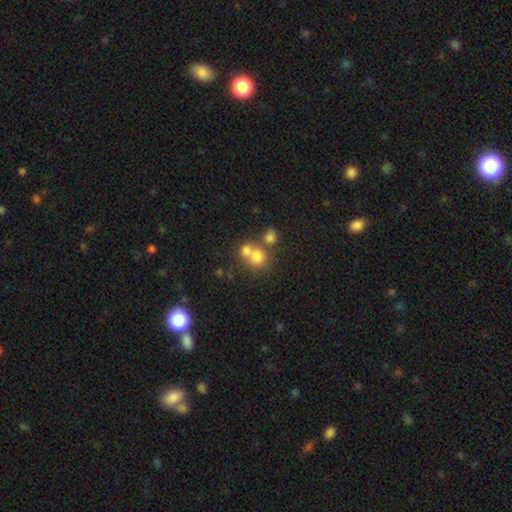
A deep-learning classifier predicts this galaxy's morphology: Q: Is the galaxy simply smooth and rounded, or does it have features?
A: smooth — 72%.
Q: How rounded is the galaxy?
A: round — 81%.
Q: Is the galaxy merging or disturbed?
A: merger — 49%.